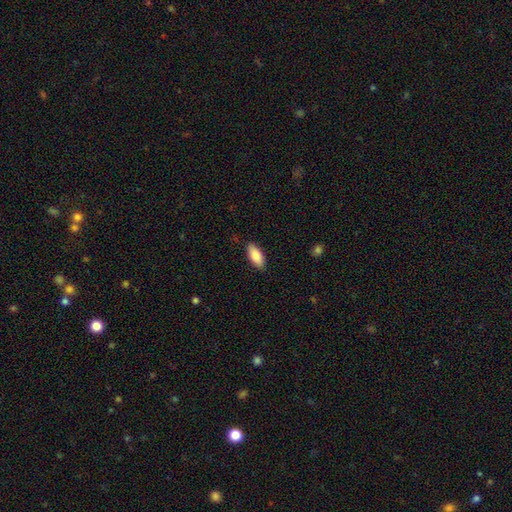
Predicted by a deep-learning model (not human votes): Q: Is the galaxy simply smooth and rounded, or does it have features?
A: smooth — 85%.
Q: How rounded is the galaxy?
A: in between — 85%.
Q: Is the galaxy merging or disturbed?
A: none — 87%.